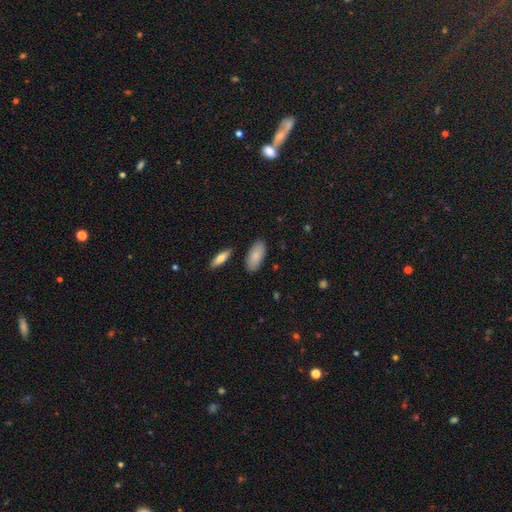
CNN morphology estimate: Smooth or featured: smooth — 85% (featured or disk — 9%)
How rounded: in between — 90% (cigar-shaped — 8%)
Merging: none — 84% (minor disturbance — 10%)